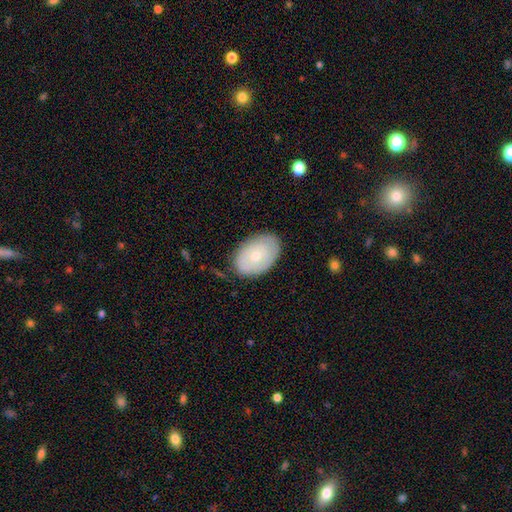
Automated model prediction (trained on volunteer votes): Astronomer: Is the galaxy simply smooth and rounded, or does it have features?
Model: smooth — 56% (runner-up: featured or disk, 37%).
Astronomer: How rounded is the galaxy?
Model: in between — 86%.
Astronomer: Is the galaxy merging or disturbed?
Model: none — 80%.